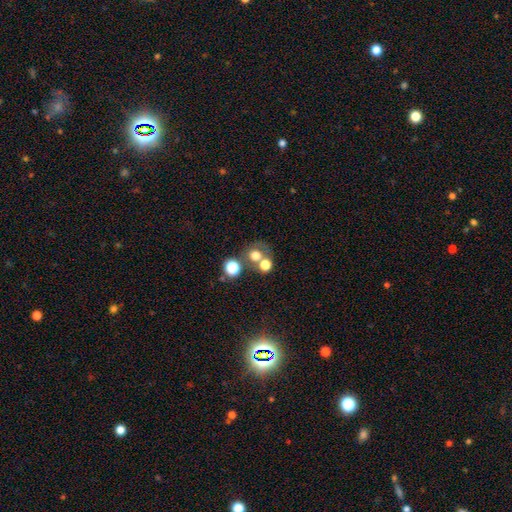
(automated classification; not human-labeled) Overall: smooth (65%). How rounded: round (82%). Merging: none (48%; merger 39%).